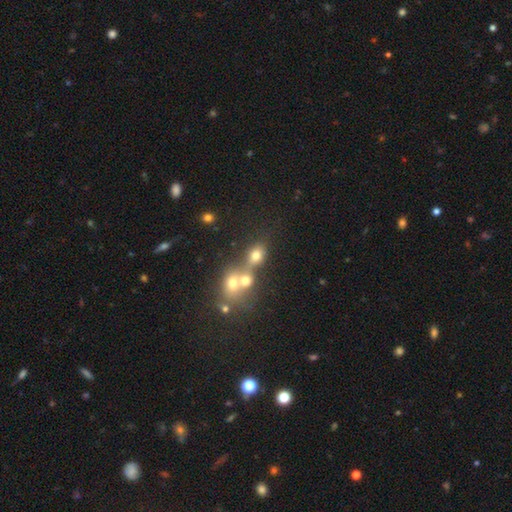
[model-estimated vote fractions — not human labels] smooth 70%, star or artifact 17%, featured or disk 13%. Down the decision tree: how rounded — round (51%); merging — merger (47%).